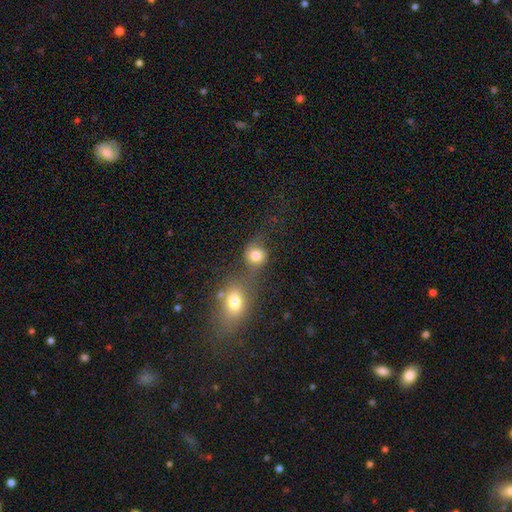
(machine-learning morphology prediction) Overall: smooth (77%). How rounded: round (76%). Merging: merger (45%; none 37%).